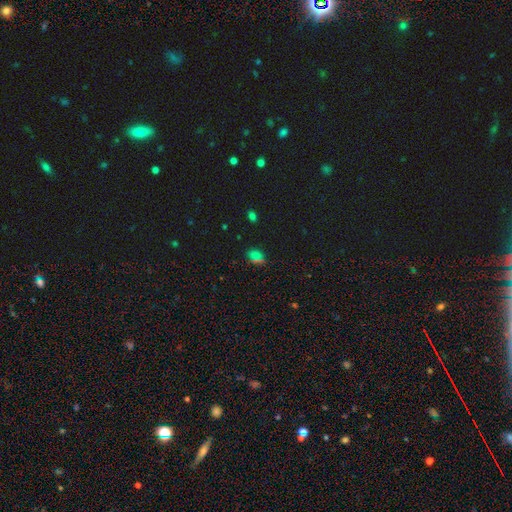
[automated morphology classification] type=smooth (53%); roundness=in between (57%); merging=none (77%).